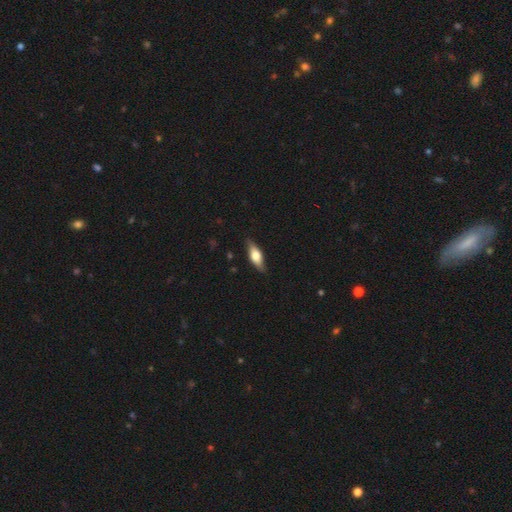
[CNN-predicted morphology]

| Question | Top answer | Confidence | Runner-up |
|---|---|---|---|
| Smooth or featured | smooth | 53% | featured or disk (41%) |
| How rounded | in between | 62% | cigar-shaped (35%) |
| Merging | none | 83% | minor disturbance (13%) |